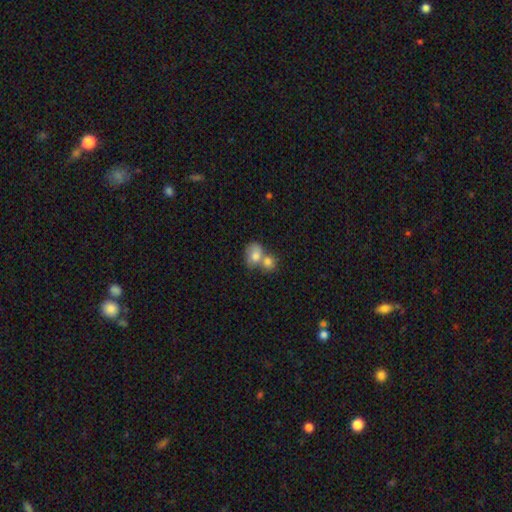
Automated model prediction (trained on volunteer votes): Morphology: type=smooth (76%); roundness=in between (54%); merging=merger (66%).